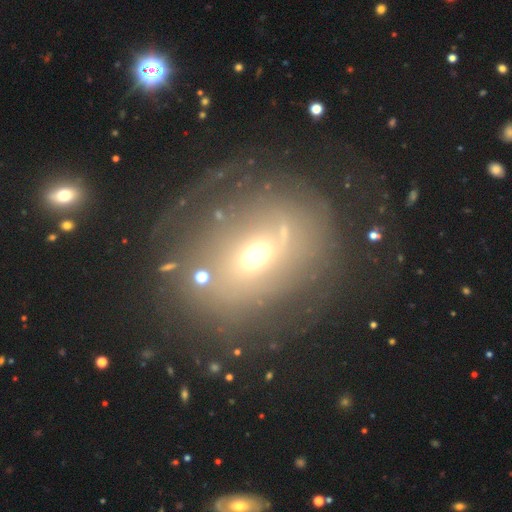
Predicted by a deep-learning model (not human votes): Overall: featured or disk (46%; smooth 37%). Merging: none (58%; minor disturbance 19%).